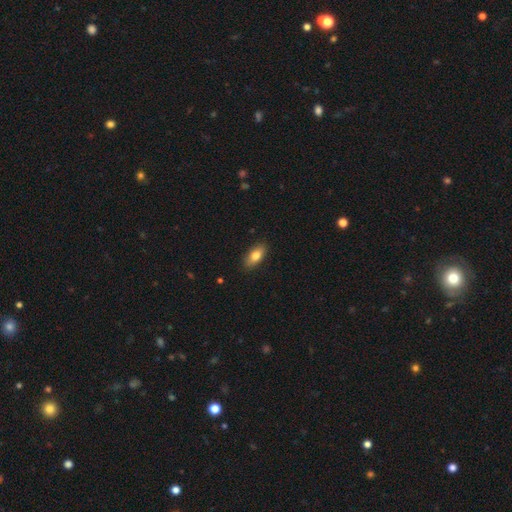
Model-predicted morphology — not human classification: Overall: smooth (80%). How rounded: in between (88%). Merging: none (87%).